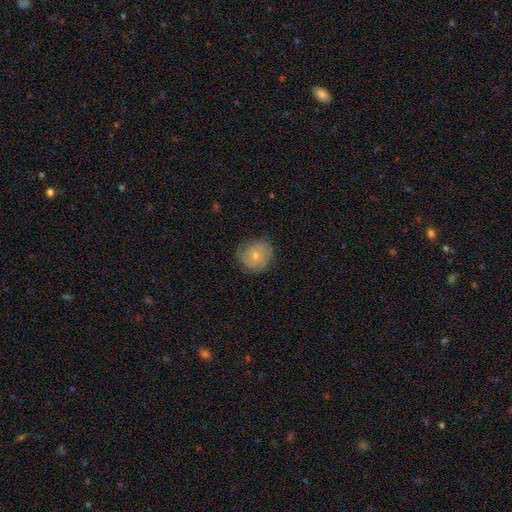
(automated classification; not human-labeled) smooth-or-featured: smooth: 70% | featured or disk: 22% | star or artifact: 8%
  how-rounded: round: 86% | in between: 13% | cigar-shaped: 1%
  merging: none: 73% | minor disturbance: 20% | major disturbance: 6% | merger: 1%